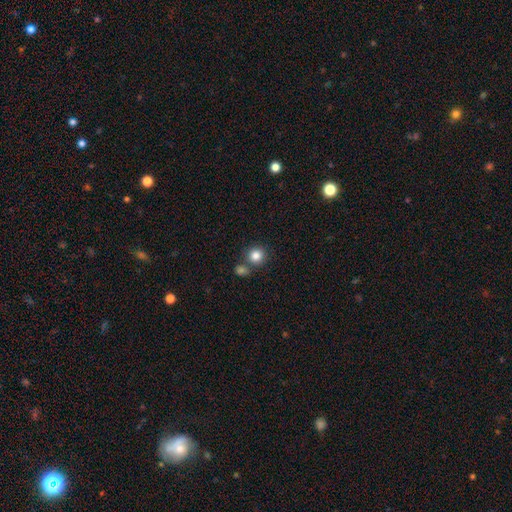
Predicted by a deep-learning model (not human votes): Smooth or featured?
  - smooth: 84% *
  - star or artifact: 10%
  - featured or disk: 6%
How rounded?
  - round: 90% *
  - in between: 9%
  - cigar-shaped: 1%
Merging?
  - none: 69% *
  - merger: 19%
  - minor disturbance: 8%
  - major disturbance: 3%